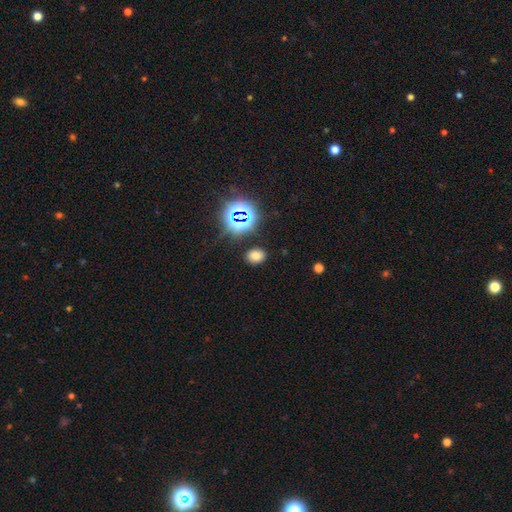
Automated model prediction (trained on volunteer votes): Smooth or featured? Predicted: smooth (p=0.71). How rounded? Predicted: in between (p=0.64). Merging? Predicted: none (p=0.86).